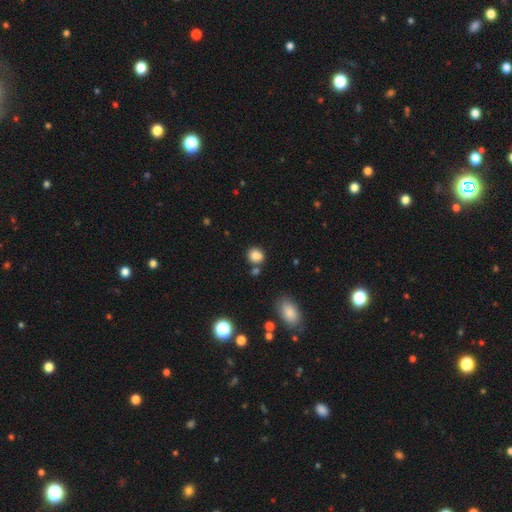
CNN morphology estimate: type=smooth (84%); roundness=round (77%); merging=none (71%).